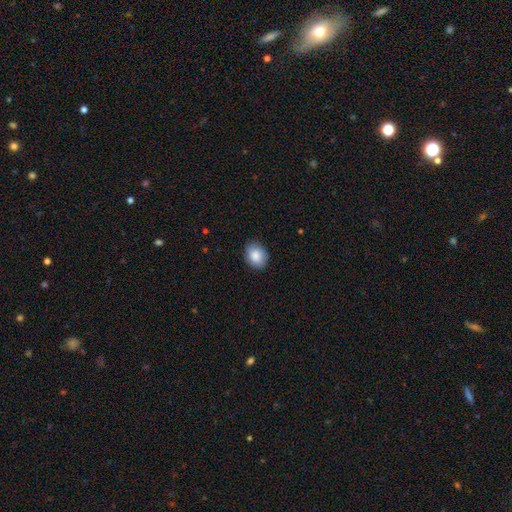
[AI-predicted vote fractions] Overall: smooth (86%). How rounded: in between (63%; round 36%). Merging: none (86%).